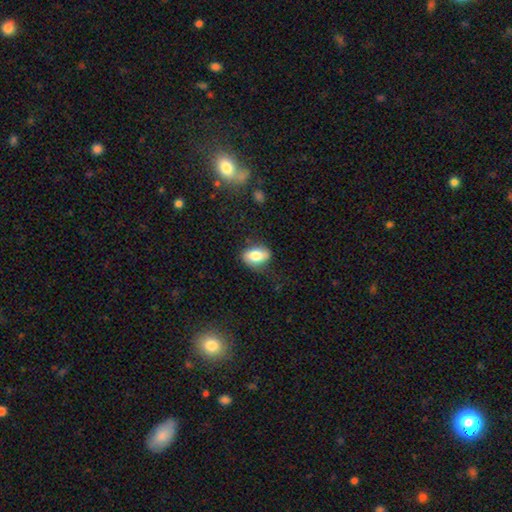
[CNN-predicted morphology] The model was most divided on "merging": none: 69%, minor disturbance: 22%, major disturbance: 8%, merger: 2%. More confident: how rounded — in between (84%); smooth or featured — smooth (73%).